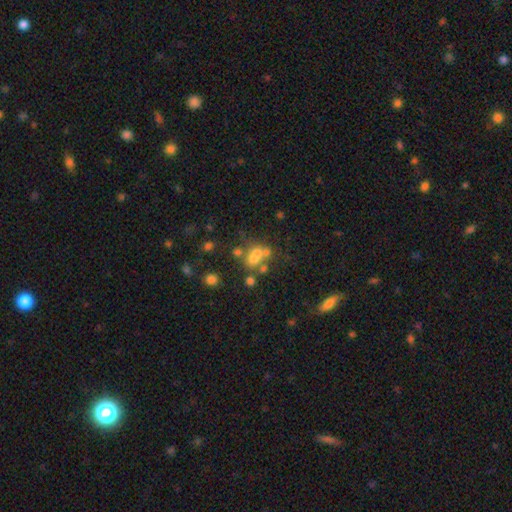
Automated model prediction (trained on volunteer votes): Smooth or featured? smooth (53%)
How rounded? in between (58%)
Merging? merger (42%)